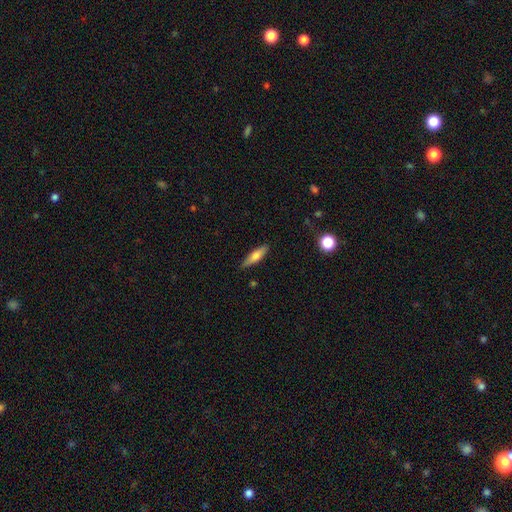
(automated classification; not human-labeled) A smooth galaxy with no disk features (61%) that is cigar-shaped (67%). Merging: none (86%).